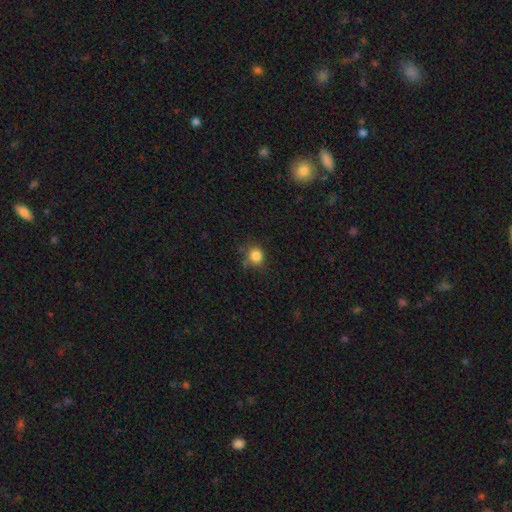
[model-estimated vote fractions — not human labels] Smooth or featured? smooth (84%)
How rounded? round (82%)
Merging? none (72%)